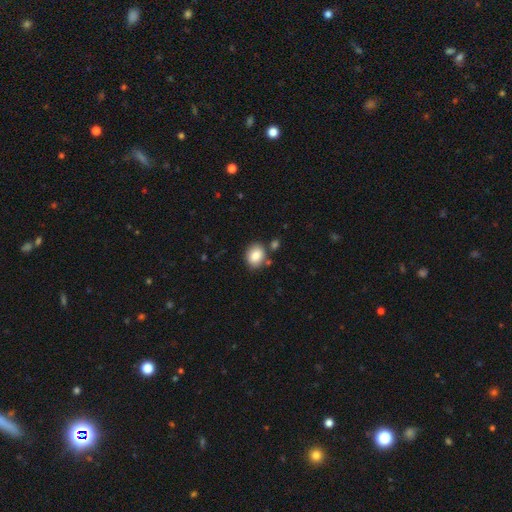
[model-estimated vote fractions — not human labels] This is clearly a smooth galaxy (85%). How rounded: possibly in between (53%). Merging: likely none (78%).